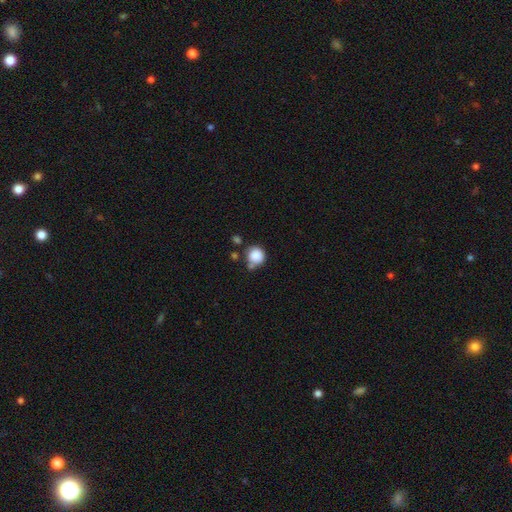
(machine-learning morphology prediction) This appears to be a smooth galaxy with no disk features (85%) that is round (88%). Merging: none (54%).